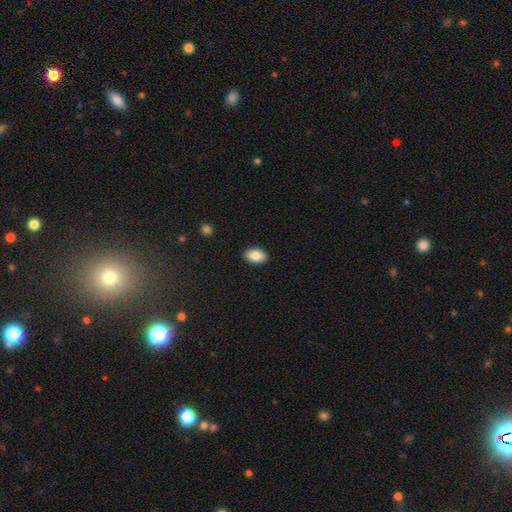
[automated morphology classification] A smooth galaxy with no disk features (86%) that is in between round and cigar-shaped (88%). Merging: none (90%).